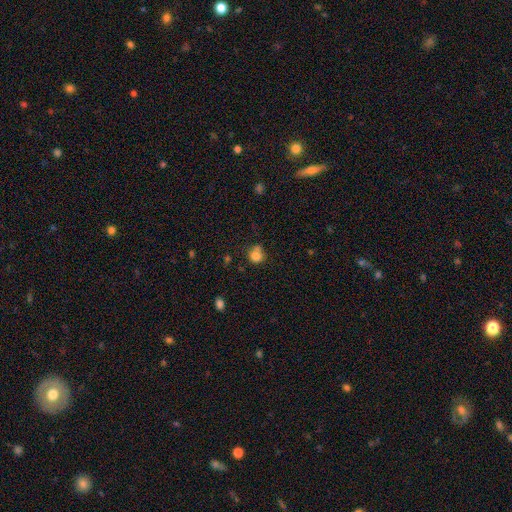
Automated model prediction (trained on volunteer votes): This is likely a smooth galaxy (80%). How rounded: clearly round (80%). Merging: possibly none (51%).